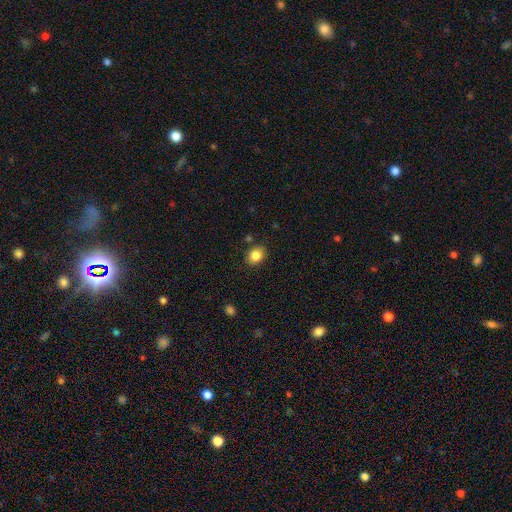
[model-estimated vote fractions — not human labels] This is clearly a smooth galaxy (84%). How rounded: possibly round (56%). Merging: clearly none (83%).